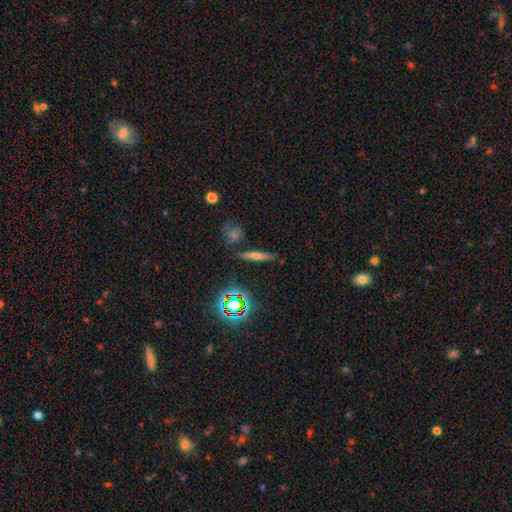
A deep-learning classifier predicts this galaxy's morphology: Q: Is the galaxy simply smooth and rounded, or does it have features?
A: smooth — 54%.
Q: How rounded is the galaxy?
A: cigar-shaped — 81%.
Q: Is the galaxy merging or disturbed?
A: none — 83%.